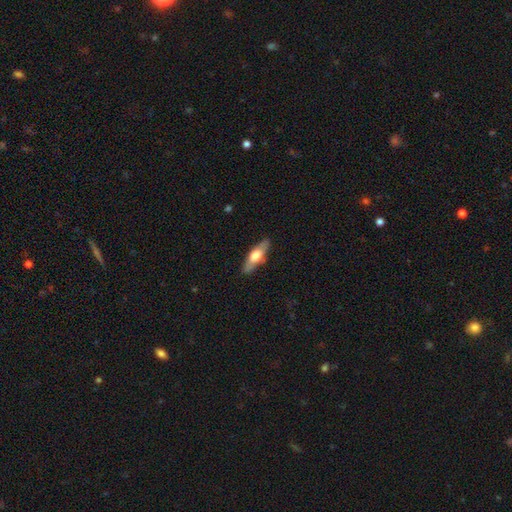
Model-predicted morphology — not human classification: Smooth or featured? smooth (52%)
How rounded? cigar-shaped (54%)
Merging? none (86%)